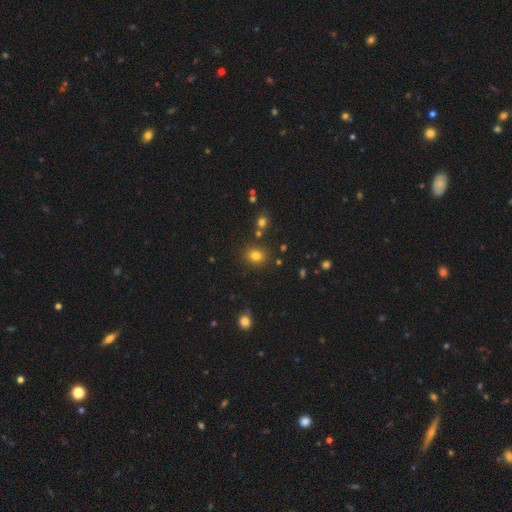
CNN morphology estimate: A smooth galaxy with no disk features (79%) that is round (61%).

Vote fractions:
- Smooth or featured? smooth: 79% / star or artifact: 14% / featured or disk: 7%
- How rounded? round: 61% / in between: 38% / cigar-shaped: 1%
- Merging? none: 84% / minor disturbance: 9% / merger: 4% / major disturbance: 3%